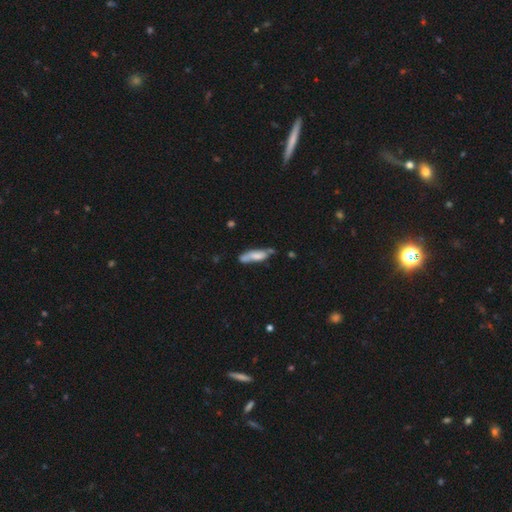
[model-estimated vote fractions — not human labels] Smooth or featured? Predicted: smooth (p=0.65). How rounded? Predicted: cigar-shaped (p=0.57). Merging? Predicted: none (p=0.47).